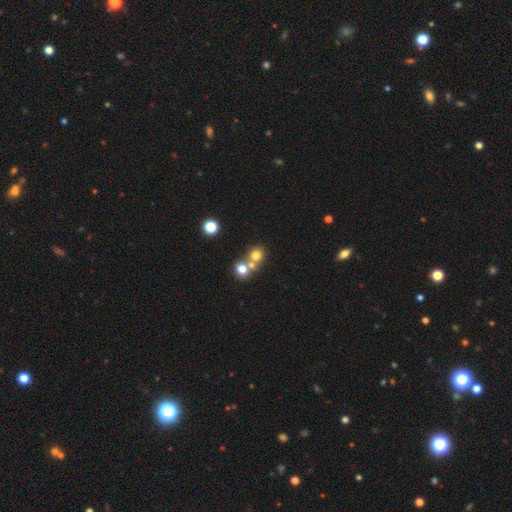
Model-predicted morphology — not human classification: This is likely a smooth galaxy (72%). How rounded: clearly round (81%). Merging: possibly merger (47%).